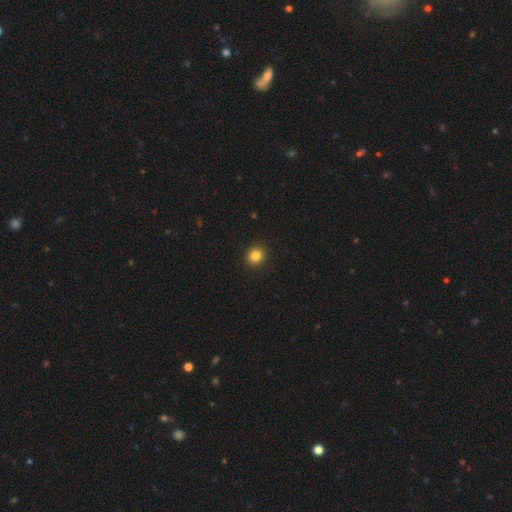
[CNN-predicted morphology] Smooth or featured? Predicted: smooth (p=0.83). How rounded? Predicted: round (p=0.89). Merging? Predicted: none (p=0.92).